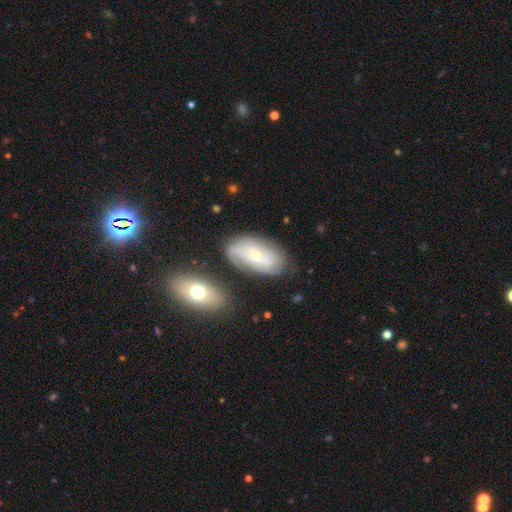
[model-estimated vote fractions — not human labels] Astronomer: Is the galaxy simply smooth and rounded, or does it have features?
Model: featured or disk — 69%.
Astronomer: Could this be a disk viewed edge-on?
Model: no — 94%.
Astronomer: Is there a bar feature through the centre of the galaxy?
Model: no — 72%.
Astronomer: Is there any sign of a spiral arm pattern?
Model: yes — 88%.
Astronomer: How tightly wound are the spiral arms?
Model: tight — 55% (runner-up: medium, 32%).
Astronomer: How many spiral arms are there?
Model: can't tell — 40% (runner-up: 2, 26%).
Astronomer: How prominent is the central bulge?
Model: small — 73%.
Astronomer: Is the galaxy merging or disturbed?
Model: none — 72%.